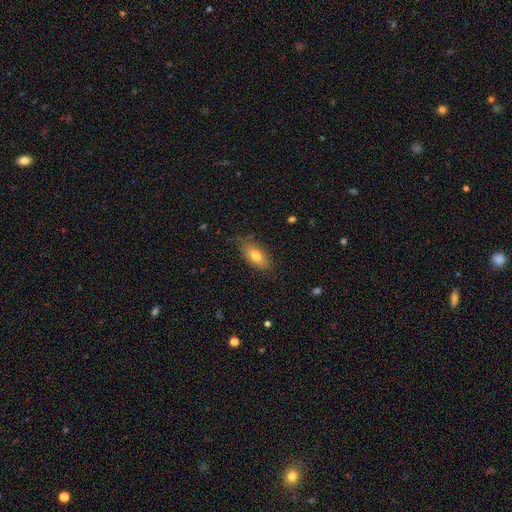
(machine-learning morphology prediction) Smooth or featured: smooth — 73% (featured or disk — 19%)
How rounded: in between — 85% (cigar-shaped — 10%)
Merging: none — 76% (minor disturbance — 19%)